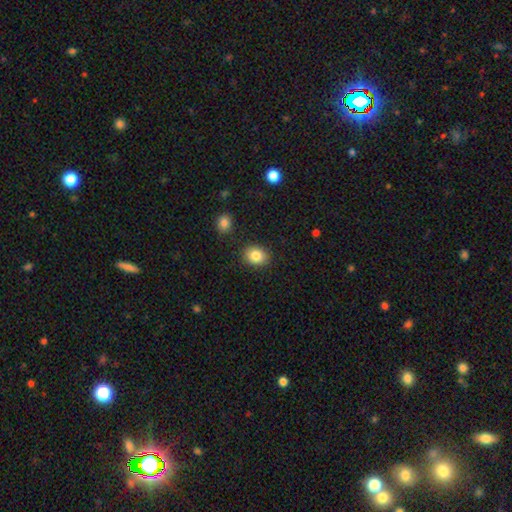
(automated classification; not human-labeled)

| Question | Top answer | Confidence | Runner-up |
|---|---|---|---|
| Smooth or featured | smooth | 85% | star or artifact (9%) |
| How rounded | in between | 51% | round (48%) |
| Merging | none | 87% | minor disturbance (8%) |